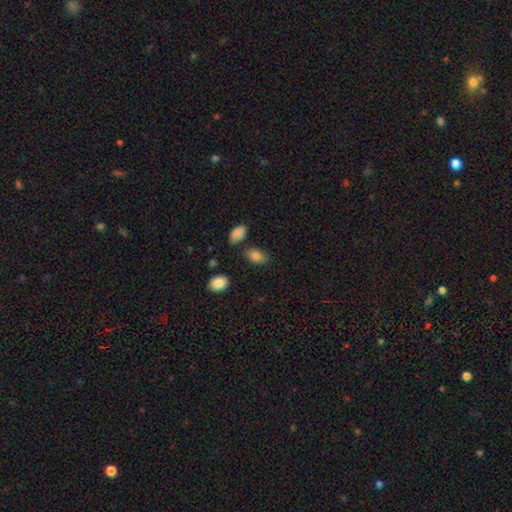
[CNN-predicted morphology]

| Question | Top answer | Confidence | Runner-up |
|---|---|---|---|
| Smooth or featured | smooth | 85% | star or artifact (8%) |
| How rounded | in between | 92% | round (6%) |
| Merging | none | 78% | minor disturbance (14%) |